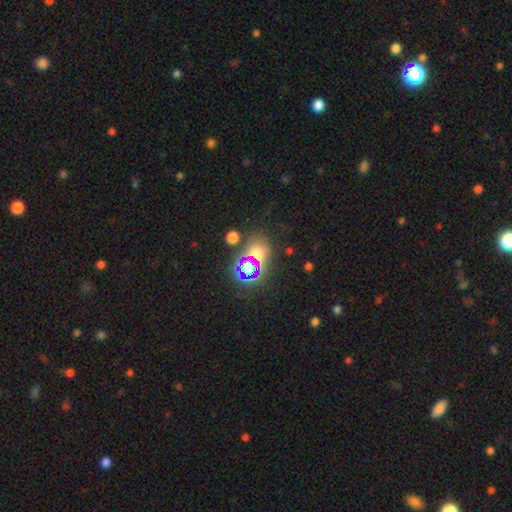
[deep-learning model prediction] Overall: star or artifact (47%; smooth 42%).